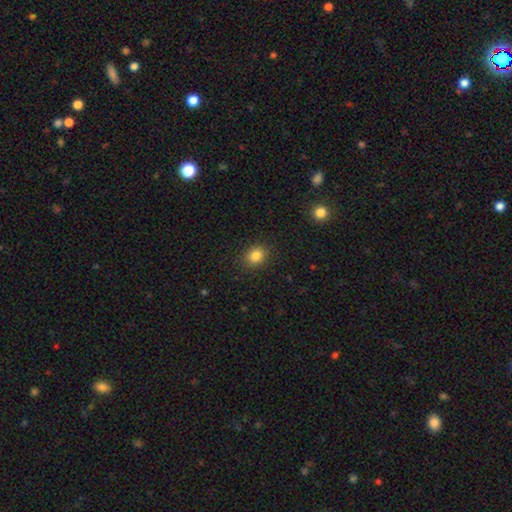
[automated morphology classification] Q: Smooth or featured?
A: smooth (84%); runner-up: star or artifact (11%)
Q: How rounded?
A: round (56%); runner-up: in between (43%)
Q: Merging?
A: none (89%); runner-up: minor disturbance (8%)